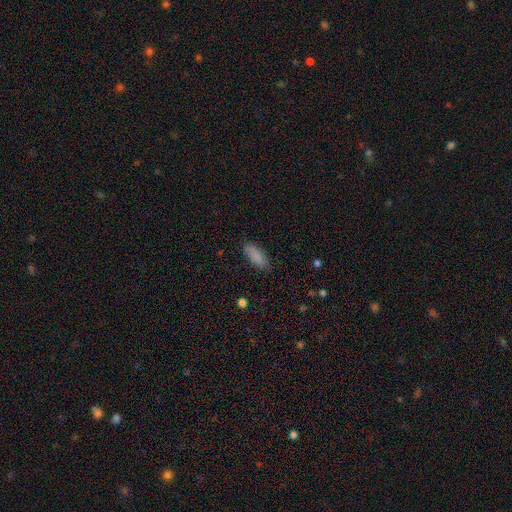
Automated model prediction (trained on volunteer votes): smooth-or-featured: smooth: 88% | star or artifact: 7% | featured or disk: 5%
  how-rounded: in between: 74% | cigar-shaped: 24% | round: 2%
  merging: none: 82% | minor disturbance: 14% | major disturbance: 3% | merger: 1%